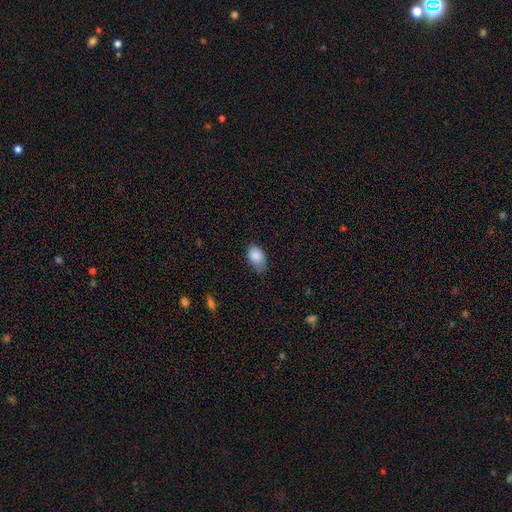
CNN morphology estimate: Smooth or featured?
  - smooth: 86% *
  - star or artifact: 7%
  - featured or disk: 7%
How rounded?
  - in between: 86% *
  - round: 13%
  - cigar-shaped: 1%
Merging?
  - none: 50% *
  - minor disturbance: 39%
  - major disturbance: 9%
  - merger: 2%